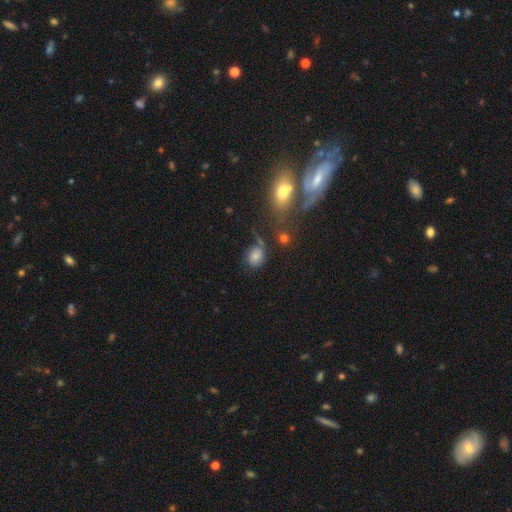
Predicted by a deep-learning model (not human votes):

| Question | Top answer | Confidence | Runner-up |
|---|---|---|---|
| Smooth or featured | smooth | 71% | featured or disk (15%) |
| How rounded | round | 55% | in between (43%) |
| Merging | none | 53% | minor disturbance (23%) |